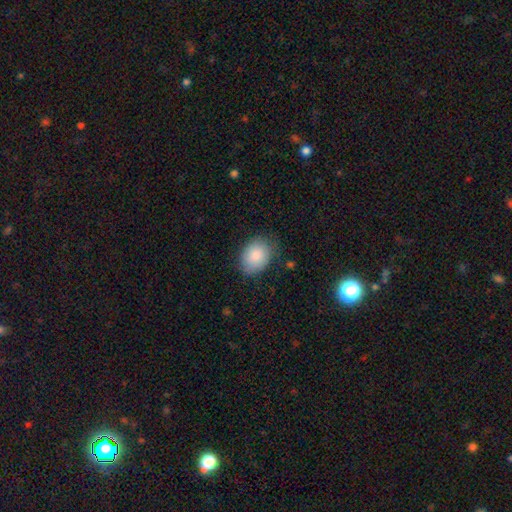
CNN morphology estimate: smooth 86%, featured or disk 7%, star or artifact 7%. Down the decision tree: how rounded — in between (66%); merging — none (75%).